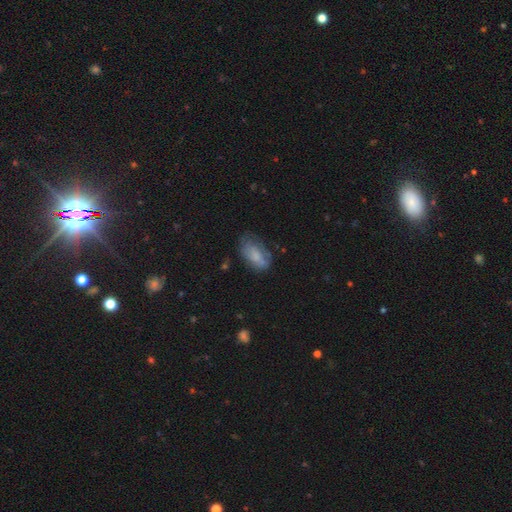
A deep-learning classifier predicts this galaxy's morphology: A smooth galaxy with no disk features (72%) that is in between round and cigar-shaped (91%). Merging: none (54%).